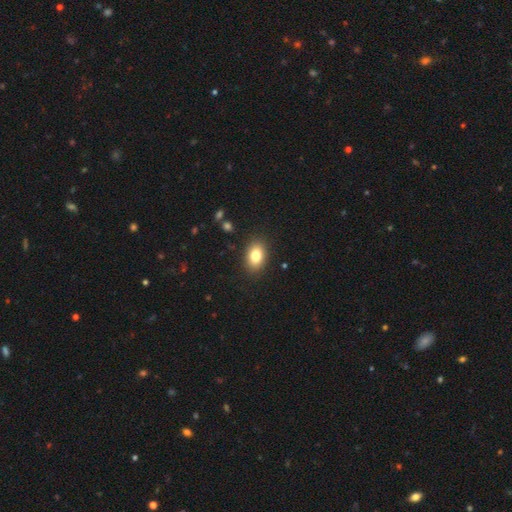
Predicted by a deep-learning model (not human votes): Smooth or featured: smooth — 82% (featured or disk — 9%)
How rounded: in between — 82% (round — 17%)
Merging: none — 88% (minor disturbance — 8%)